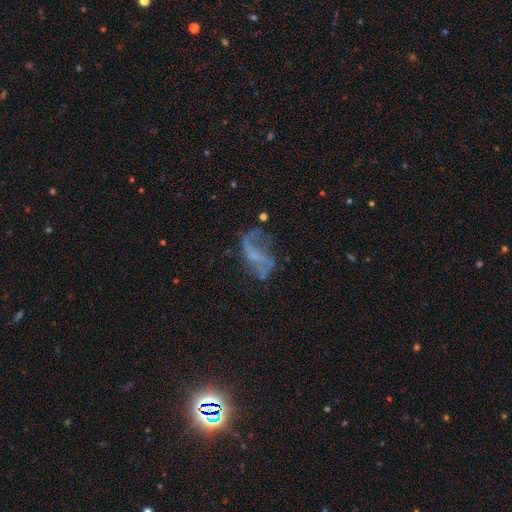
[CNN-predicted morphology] Q: Smooth or featured?
A: featured or disk (69%); runner-up: smooth (17%)
Q: Edge-on disk?
A: no (95%); runner-up: yes (5%)
Q: Bar?
A: no (49%); runner-up: weak (36%)
Q: Spiral arms?
A: yes (66%); runner-up: no (34%)
Q: Bulge size?
A: none (52%); runner-up: small (37%)
Q: Merging?
A: none (44%); runner-up: major disturbance (29%)